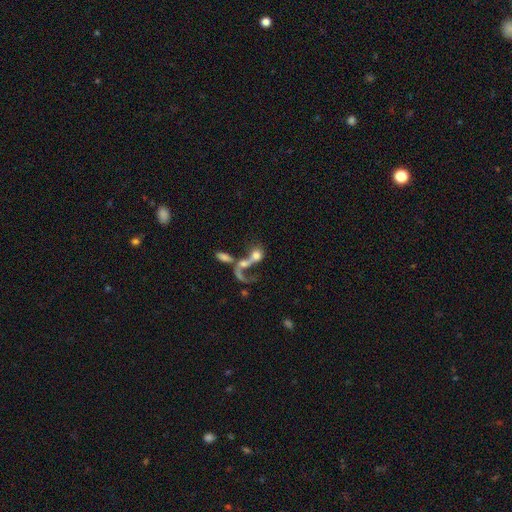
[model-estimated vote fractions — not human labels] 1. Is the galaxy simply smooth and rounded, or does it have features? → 46% smooth, 43% featured or disk, 12% star or artifact.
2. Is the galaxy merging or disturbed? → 64% merger, 17% major disturbance, 13% none, 6% minor disturbance.